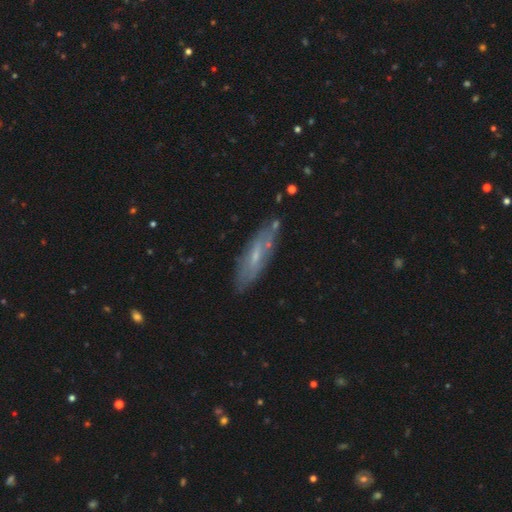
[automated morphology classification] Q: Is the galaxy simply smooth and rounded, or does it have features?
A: featured or disk — 53%.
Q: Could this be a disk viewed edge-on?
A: no — 61%.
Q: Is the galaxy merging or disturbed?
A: none — 74%.